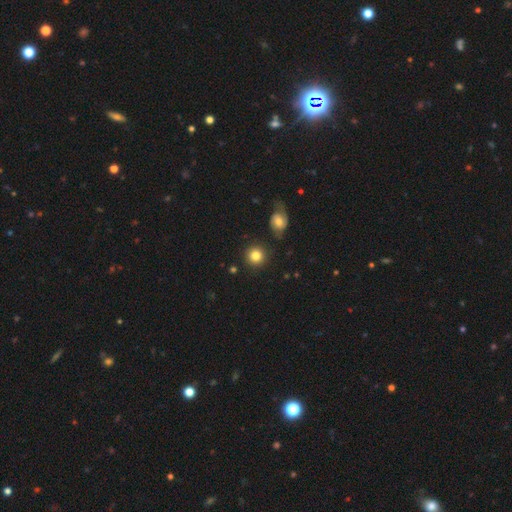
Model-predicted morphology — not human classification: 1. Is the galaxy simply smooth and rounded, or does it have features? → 83% smooth, 10% star or artifact, 7% featured or disk.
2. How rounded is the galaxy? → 93% round, 6% in between, 1% cigar-shaped.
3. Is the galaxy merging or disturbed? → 86% none, 7% minor disturbance, 4% merger, 3% major disturbance.